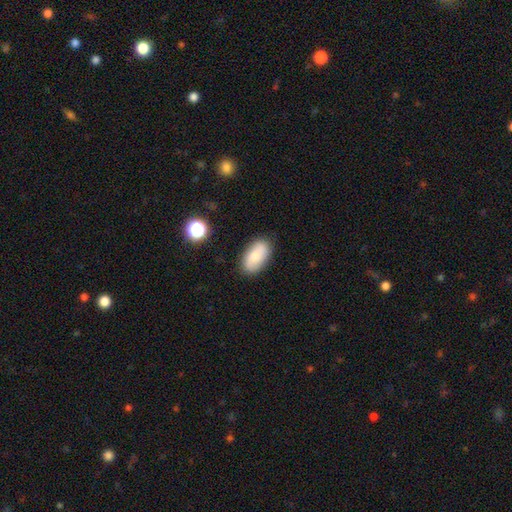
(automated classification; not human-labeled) Smooth or featured: smooth — 73% (featured or disk — 19%)
How rounded: in between — 93% (round — 4%)
Merging: none — 84% (minor disturbance — 12%)